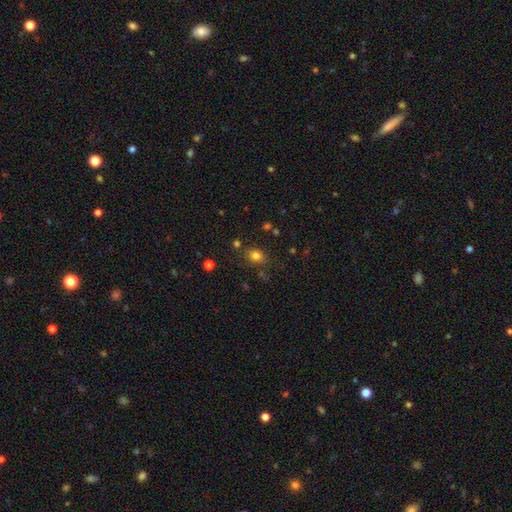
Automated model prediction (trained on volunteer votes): This appears to be a smooth galaxy with no disk features (78%) that is round (50%). Merging: none (76%).